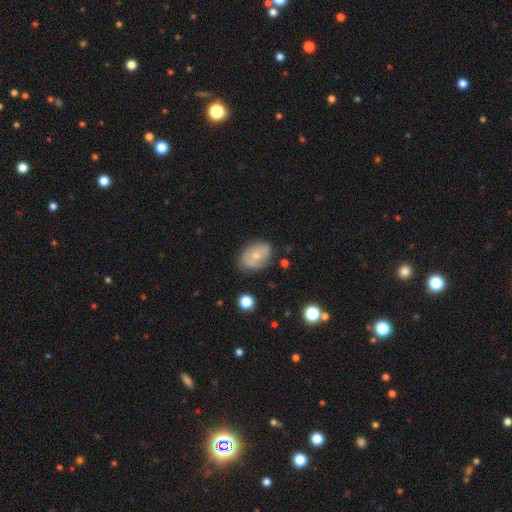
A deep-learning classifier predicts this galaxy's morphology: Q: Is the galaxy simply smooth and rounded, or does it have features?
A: smooth — 51%.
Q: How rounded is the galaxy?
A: in between — 74%.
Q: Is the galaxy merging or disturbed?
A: none — 68%.